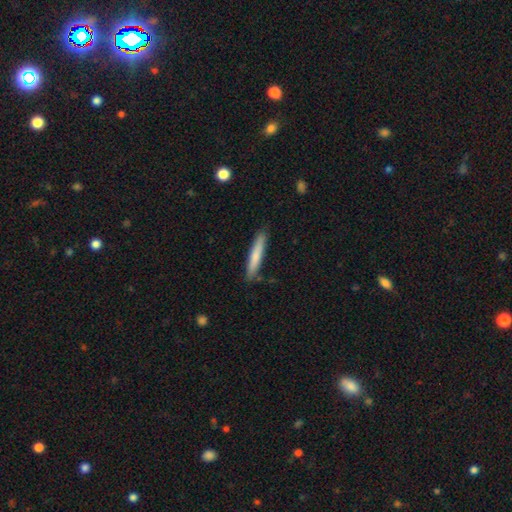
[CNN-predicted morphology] Smooth or featured? smooth (76%)
How rounded? cigar-shaped (93%)
Merging? none (86%)